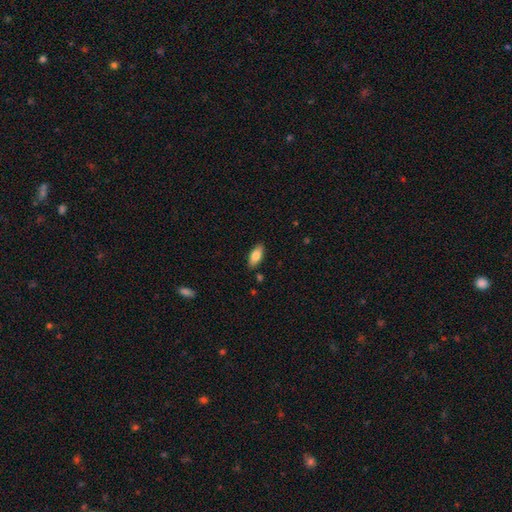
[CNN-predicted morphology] smooth_or_featured: smooth (p=0.80) [alt: featured or disk p=0.13]
how_rounded: in between (p=0.86) [alt: cigar-shaped p=0.11]
merging: none (p=0.86) [alt: minor disturbance p=0.10]